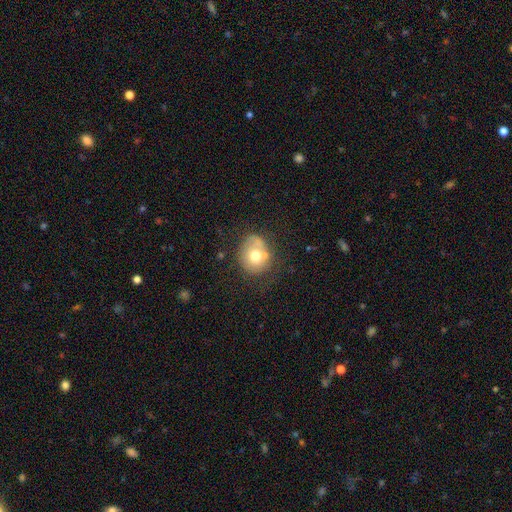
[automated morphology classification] This appears to be a smooth galaxy with no disk features (66%) that is round (71%). Merging: none (52%).